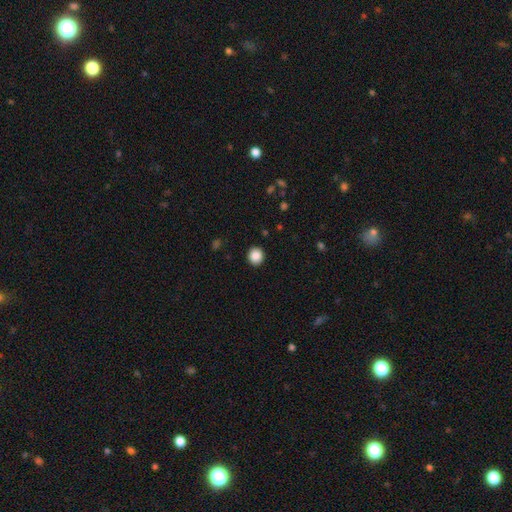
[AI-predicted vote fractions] Overall: smooth (88%). How rounded: round (88%). Merging: none (92%).